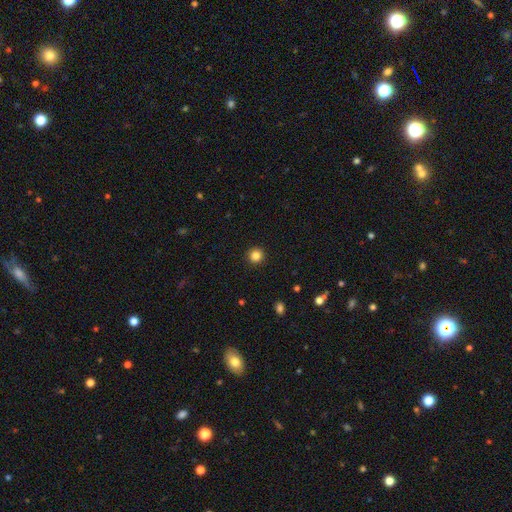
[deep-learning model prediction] Smooth or featured? smooth (84%)
How rounded? round (95%)
Merging? none (93%)